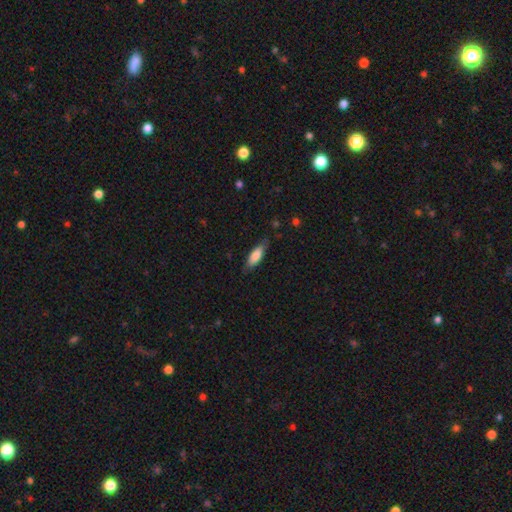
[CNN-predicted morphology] Smooth or featured? smooth (80%)
How rounded? in between (64%)
Merging? none (76%)